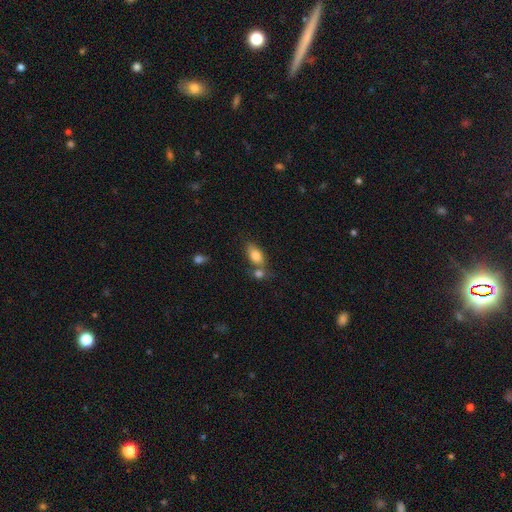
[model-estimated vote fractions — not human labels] A smooth galaxy with no disk features (81%) that is in between round and cigar-shaped (86%). Merging: none (48%).